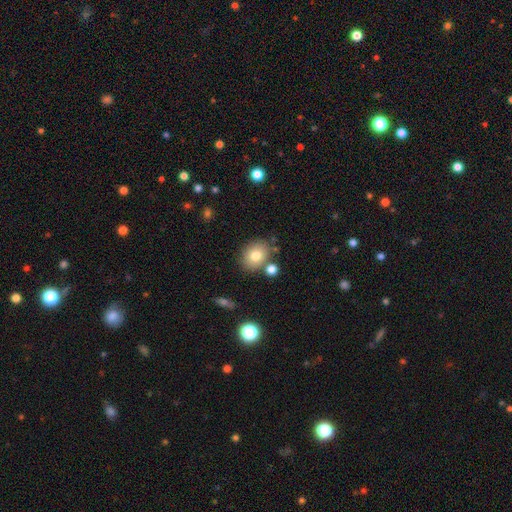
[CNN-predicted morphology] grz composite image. It shows a smooth galaxy with no disk features (78%) that is in between round and cigar-shaped (51%). Merging: none (75%).